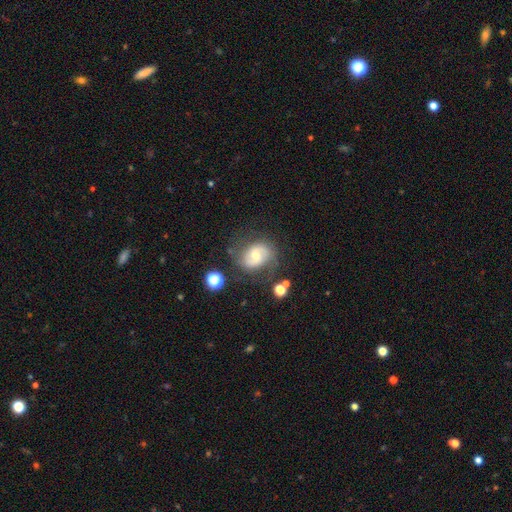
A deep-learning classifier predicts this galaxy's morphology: Q: Smooth or featured?
A: featured or disk (64%); runner-up: smooth (27%)
Q: Edge-on disk?
A: no (97%); runner-up: yes (3%)
Q: Bar?
A: weak (45%); runner-up: no (43%)
Q: Spiral arms?
A: yes (85%); runner-up: no (15%)
Q: Spiral winding?
A: medium (46%); runner-up: loose (30%)
Q: Spiral arm count?
A: 2 (79%); runner-up: can't tell (12%)
Q: Bulge size?
A: moderate (58%); runner-up: small (33%)
Q: Merging?
A: none (60%); runner-up: minor disturbance (23%)